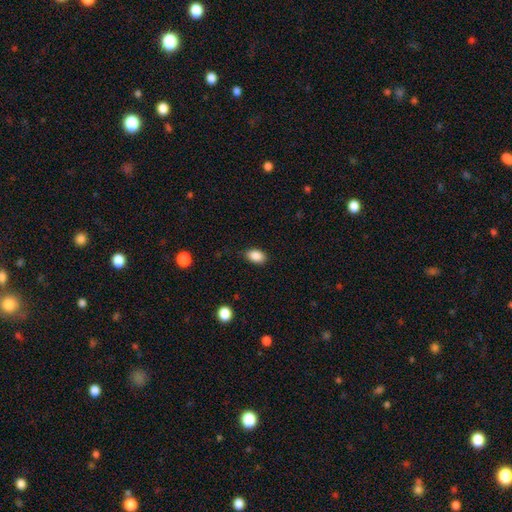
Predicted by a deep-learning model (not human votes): Morphology: type=smooth (87%); roundness=in between (86%); merging=none (81%).